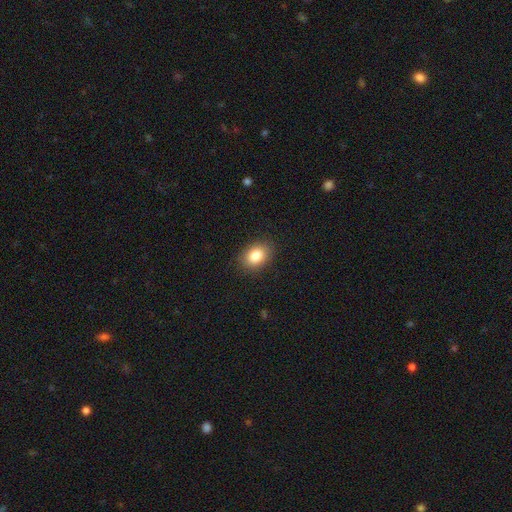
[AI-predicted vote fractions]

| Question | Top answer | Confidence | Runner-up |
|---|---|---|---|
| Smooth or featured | smooth | 83% | star or artifact (9%) |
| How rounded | in between | 71% | round (28%) |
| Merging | none | 88% | minor disturbance (9%) |